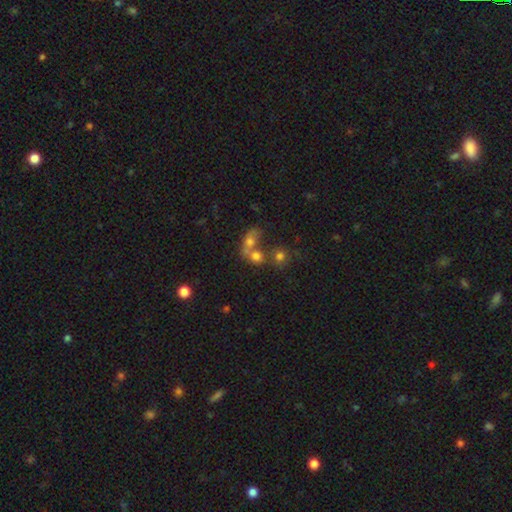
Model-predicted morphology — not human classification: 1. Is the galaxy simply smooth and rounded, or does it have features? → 66% smooth, 17% star or artifact, 17% featured or disk.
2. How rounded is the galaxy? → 57% round, 40% in between, 3% cigar-shaped.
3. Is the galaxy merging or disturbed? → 51% merger, 33% none, 9% minor disturbance, 7% major disturbance.